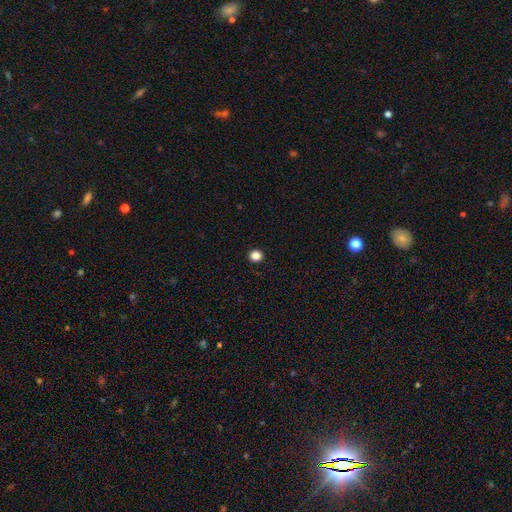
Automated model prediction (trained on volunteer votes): A smooth galaxy with no disk features (84%) that is round (91%).

Vote fractions:
- Smooth or featured? smooth: 84% / star or artifact: 13% / featured or disk: 3%
- How rounded? round: 91% / in between: 8% / cigar-shaped: 1%
- Merging? none: 93% / minor disturbance: 4% / major disturbance: 1% / merger: 1%